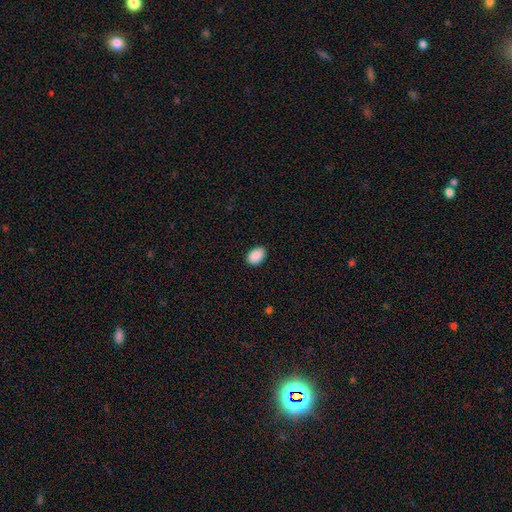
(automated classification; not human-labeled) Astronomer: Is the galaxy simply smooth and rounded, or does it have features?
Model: smooth — 90%.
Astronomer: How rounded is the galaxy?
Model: in between — 86%.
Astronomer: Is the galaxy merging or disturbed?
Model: none — 88%.